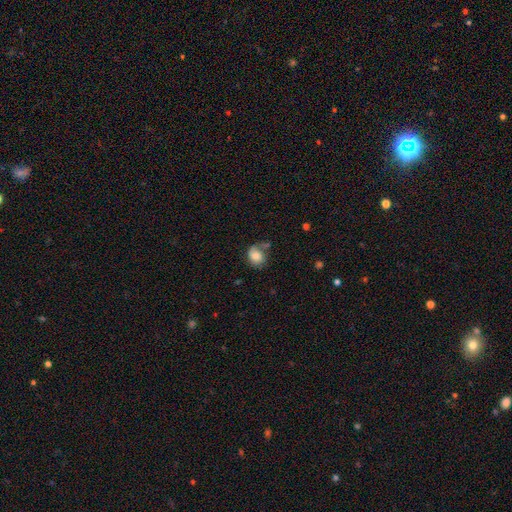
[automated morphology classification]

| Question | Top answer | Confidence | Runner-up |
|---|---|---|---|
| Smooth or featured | smooth | 67% | featured or disk (23%) |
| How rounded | round | 60% | in between (39%) |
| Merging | none | 44% | minor disturbance (27%) |